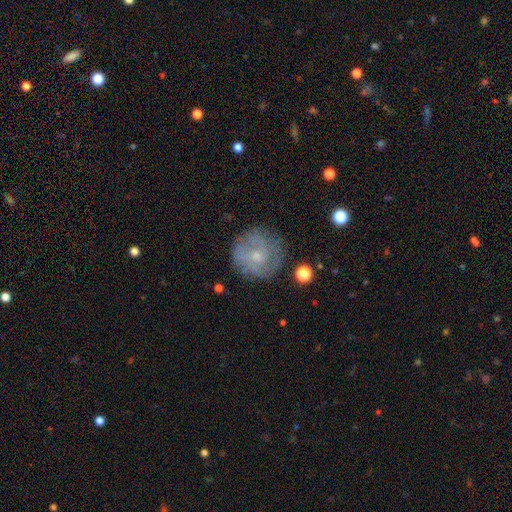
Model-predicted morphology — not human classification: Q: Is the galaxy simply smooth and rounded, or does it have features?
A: featured or disk — 52%.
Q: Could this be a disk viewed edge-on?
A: no — 97%.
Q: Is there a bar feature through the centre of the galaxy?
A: no — 72%.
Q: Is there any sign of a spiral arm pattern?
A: yes — 62%.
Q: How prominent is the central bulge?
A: small — 63%.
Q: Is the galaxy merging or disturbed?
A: none — 74%.